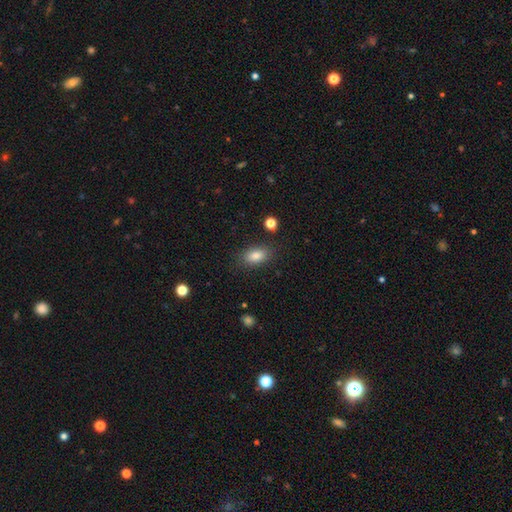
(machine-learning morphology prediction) type=smooth (83%); roundness=in between (87%); merging=none (85%).